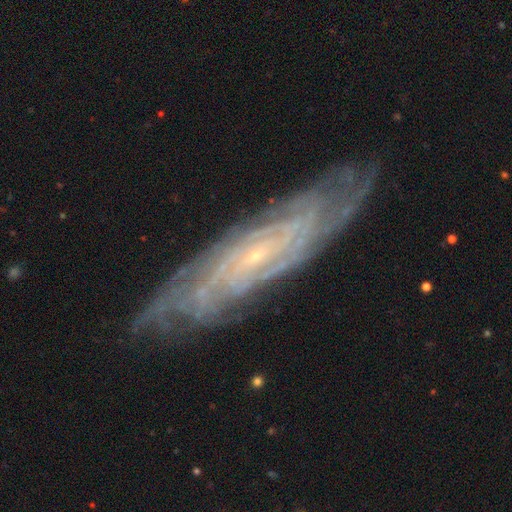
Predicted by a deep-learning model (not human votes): A featured or disk galaxy (87%) with no bar (63%), tight (77%) spiral arms (97%) and a small central bulge (86%). Merging: none (83%).